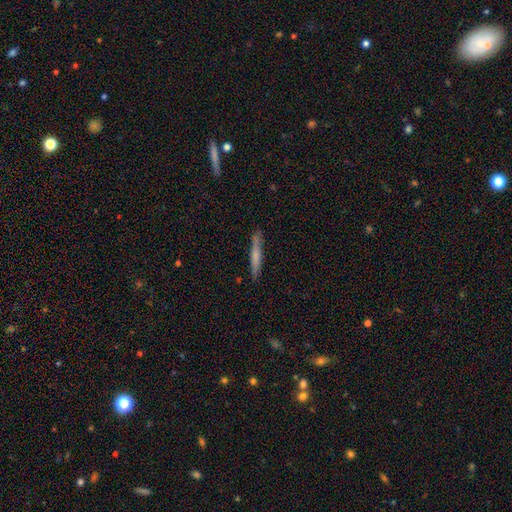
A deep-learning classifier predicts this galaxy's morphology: Smooth or featured? Predicted: smooth (p=0.61). How rounded? Predicted: cigar-shaped (p=0.95). Merging? Predicted: none (p=0.87).